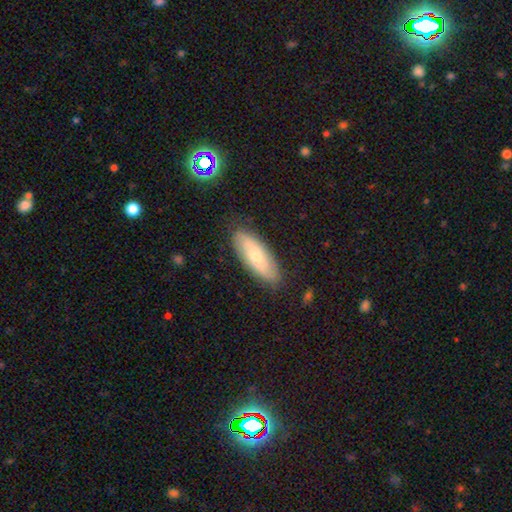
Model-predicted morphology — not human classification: smooth 62%, featured or disk 31%, star or artifact 7%. Down the decision tree: how rounded — in between (64%); merging — none (84%).